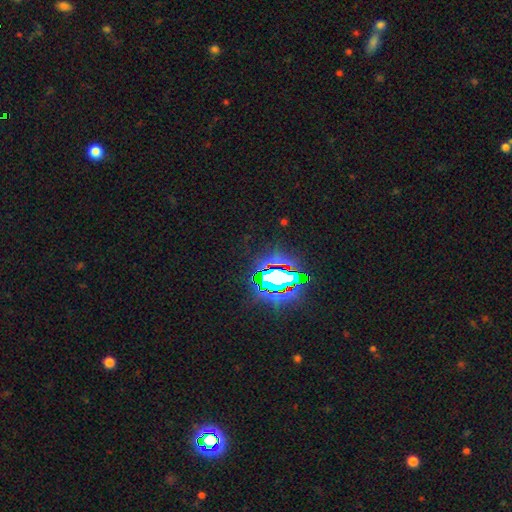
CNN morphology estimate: A star or artifact, not a galaxy (81%).

Vote fractions:
- Smooth or featured? star or artifact: 81% / smooth: 12% / featured or disk: 8%